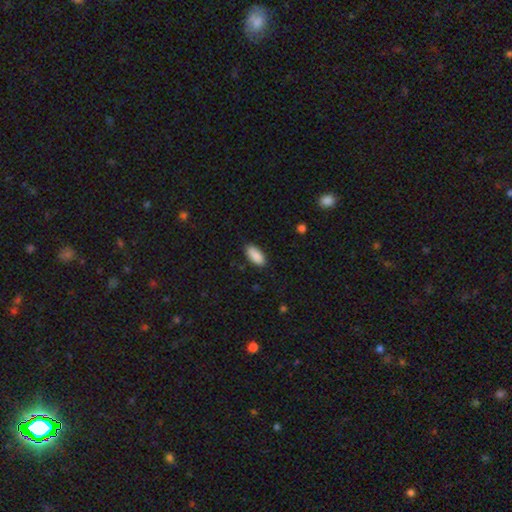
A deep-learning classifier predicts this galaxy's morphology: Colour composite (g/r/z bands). It shows a smooth galaxy with no disk features (90%) that is in between round and cigar-shaped (90%). Merging: none (86%).